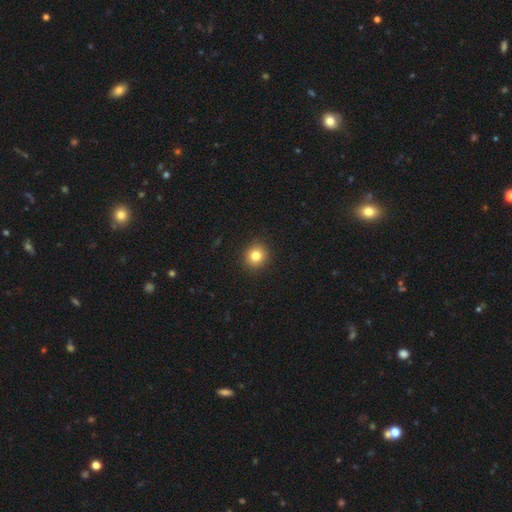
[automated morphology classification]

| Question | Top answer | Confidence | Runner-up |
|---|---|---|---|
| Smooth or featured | smooth | 82% | star or artifact (12%) |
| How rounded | round | 87% | in between (12%) |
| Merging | none | 92% | minor disturbance (6%) |